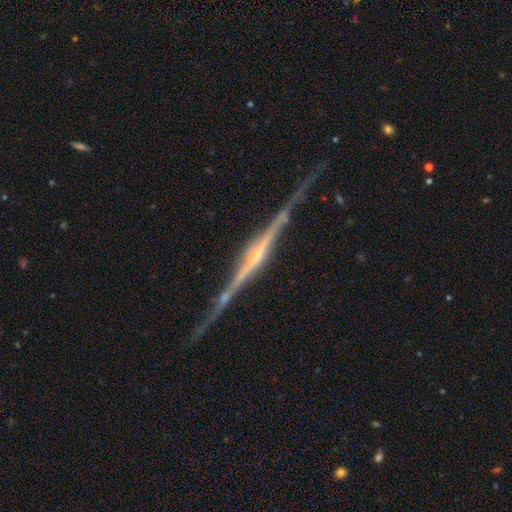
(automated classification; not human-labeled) smooth_or_featured: featured or disk (p=0.89) [alt: smooth p=0.06]
disk_edge_on: yes (p=0.98) [alt: no p=0.02]
edge_on_bulge: rounded (p=0.53) [alt: boxy p=0.25]
merging: none (p=0.83) [alt: minor disturbance p=0.12]